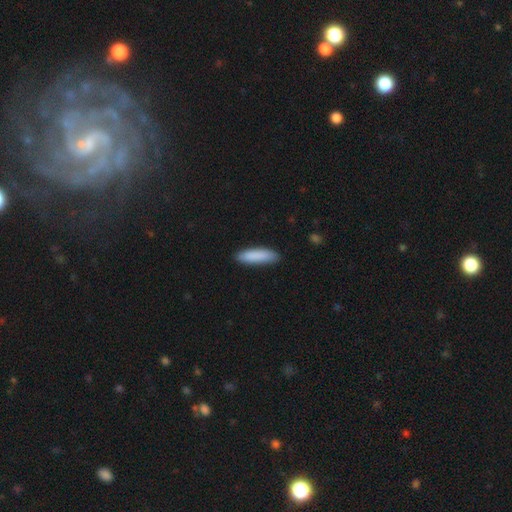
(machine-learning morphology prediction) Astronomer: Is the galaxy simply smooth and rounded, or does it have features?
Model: smooth — 88%.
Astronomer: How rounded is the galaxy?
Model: cigar-shaped — 67%.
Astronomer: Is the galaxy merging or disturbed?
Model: none — 86%.